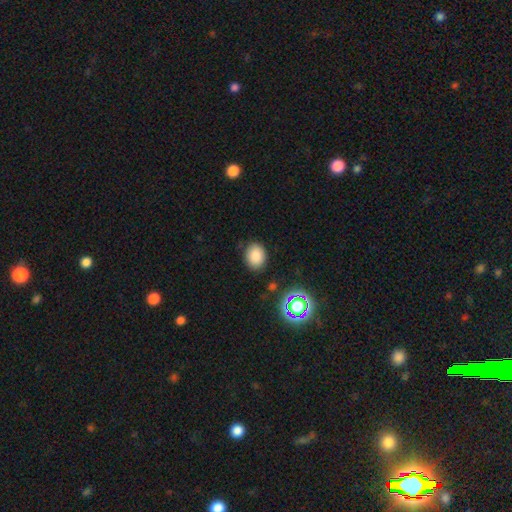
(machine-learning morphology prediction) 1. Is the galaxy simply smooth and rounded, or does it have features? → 82% smooth, 12% star or artifact, 6% featured or disk.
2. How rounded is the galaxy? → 58% in between, 41% round, 1% cigar-shaped.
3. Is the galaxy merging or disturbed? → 84% none, 11% minor disturbance, 3% major disturbance, 2% merger.